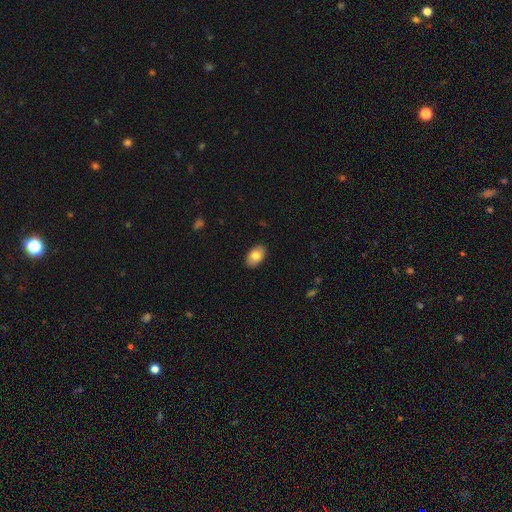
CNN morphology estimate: This appears to be a smooth galaxy with no disk features (82%) that is in between round and cigar-shaped (90%). Merging: none (88%).